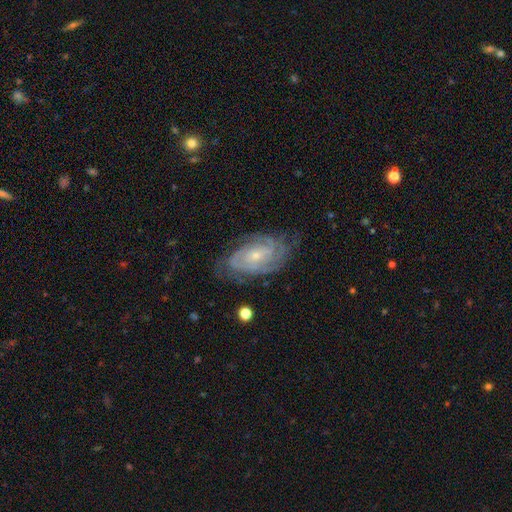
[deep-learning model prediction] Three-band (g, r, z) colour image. It shows a featured or disk galaxy (84%) with no bar (61%), 2 (38%) tight (70%) spiral arms (96%) and a small central bulge (68%). Merging: none (73%).